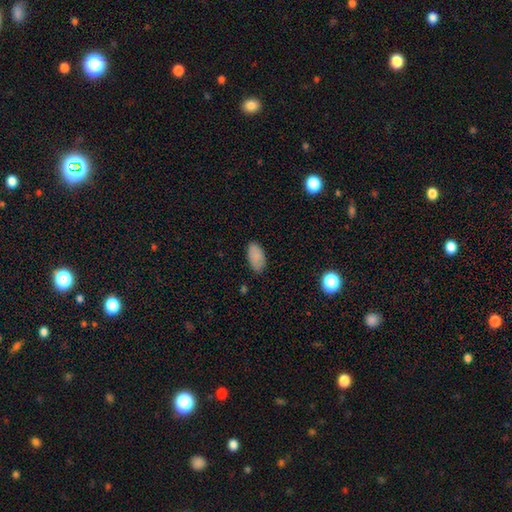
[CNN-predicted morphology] Overall: smooth (85%). How rounded: in between (95%). Merging: none (82%).